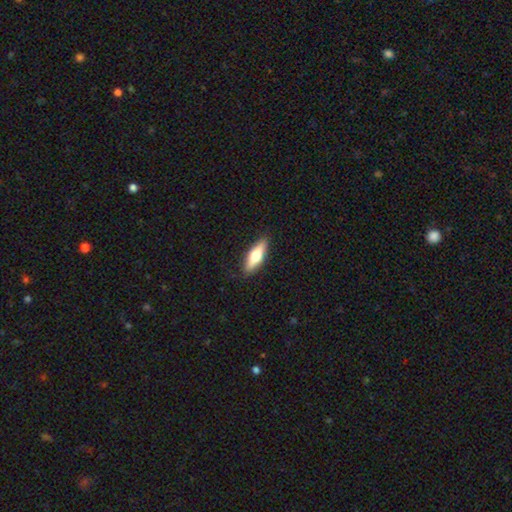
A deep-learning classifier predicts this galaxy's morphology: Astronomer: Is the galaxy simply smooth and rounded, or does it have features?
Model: smooth — 59% (runner-up: featured or disk, 35%).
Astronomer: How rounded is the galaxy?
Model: cigar-shaped — 50% (runner-up: in between, 48%).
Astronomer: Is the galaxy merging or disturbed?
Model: none — 88%.